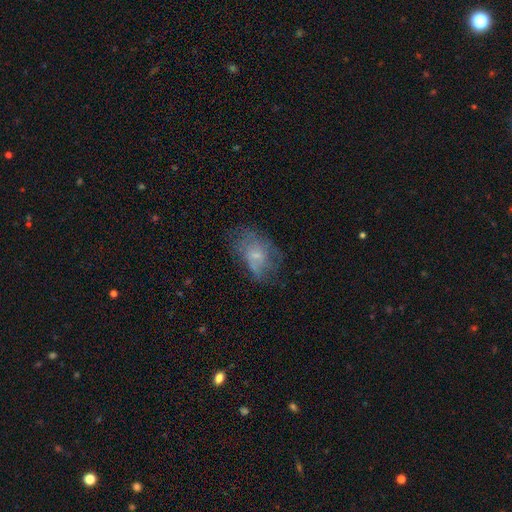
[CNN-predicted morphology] smooth_or_featured: featured or disk (p=0.48) [alt: smooth p=0.42]
merging: none (p=0.44) [alt: minor disturbance p=0.27]